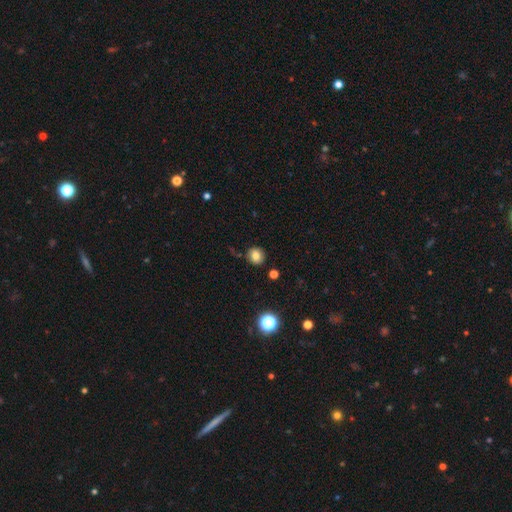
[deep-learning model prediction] Smooth or featured?
  - smooth: 79% *
  - star or artifact: 12%
  - featured or disk: 8%
How rounded?
  - round: 86% *
  - in between: 13%
  - cigar-shaped: 1%
Merging?
  - none: 84% *
  - minor disturbance: 10%
  - merger: 3%
  - major disturbance: 3%